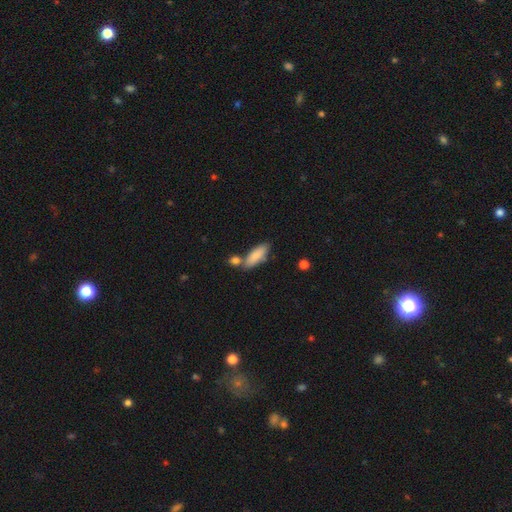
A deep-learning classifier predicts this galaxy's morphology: Smooth or featured: smooth — 86% (featured or disk — 8%)
How rounded: in between — 67% (cigar-shaped — 31%)
Merging: none — 64% (merger — 17%)